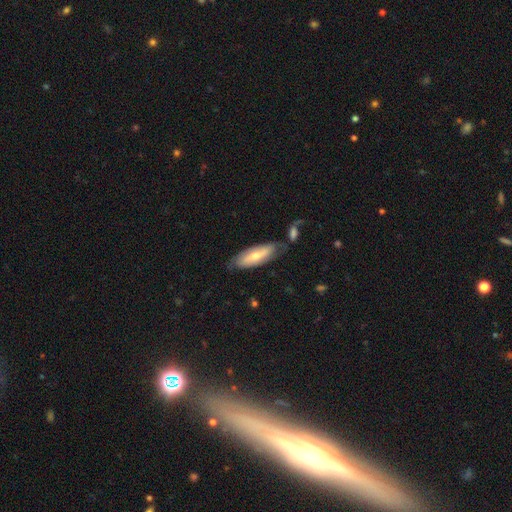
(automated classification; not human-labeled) This appears to be a smooth galaxy with no disk features (53%) that is in between round and cigar-shaped (57%). Merging: none (68%).